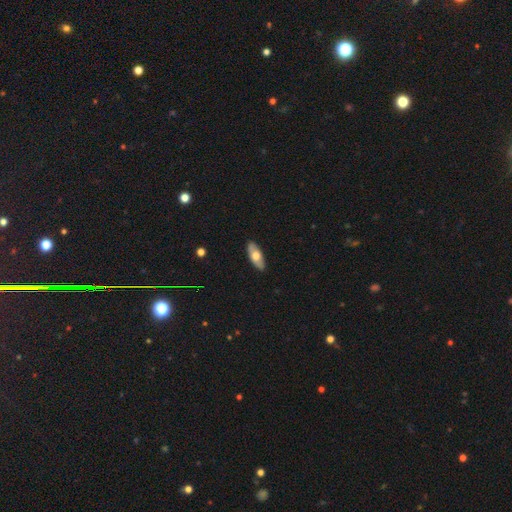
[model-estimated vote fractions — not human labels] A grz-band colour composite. It shows a smooth galaxy with no disk features (60%) that is in between round and cigar-shaped (80%). Merging: none (88%).